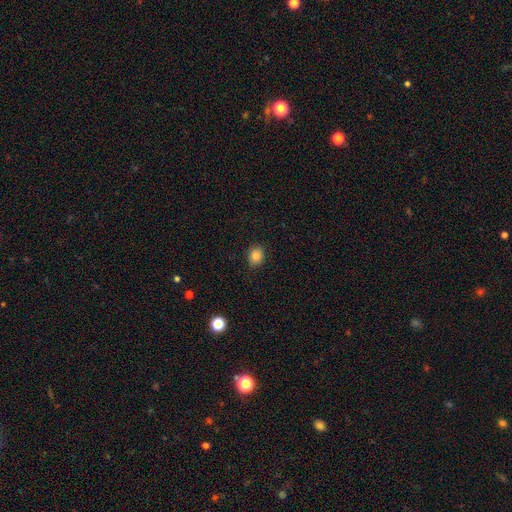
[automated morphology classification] This is clearly a smooth galaxy (84%). How rounded: possibly round (59%). Merging: clearly none (86%).